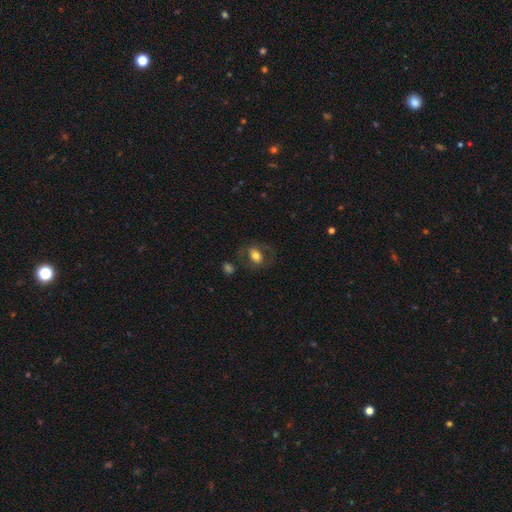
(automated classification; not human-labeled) The model was most divided on "smooth or featured": smooth: 60%, featured or disk: 31%, star or artifact: 8%. More confident: how rounded — in between (72%); merging — none (64%).